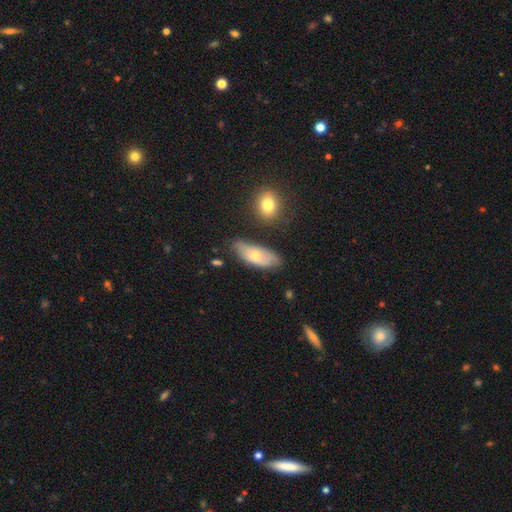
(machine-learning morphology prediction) This appears to be a smooth galaxy with no disk features (55%) that is in between round and cigar-shaped (84%). Merging: none (60%).